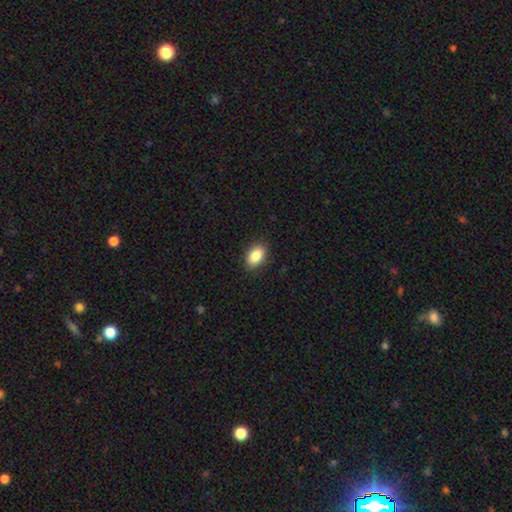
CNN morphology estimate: A smooth galaxy with no disk features (86%) that is in between round and cigar-shaped (88%). Merging: none (89%).